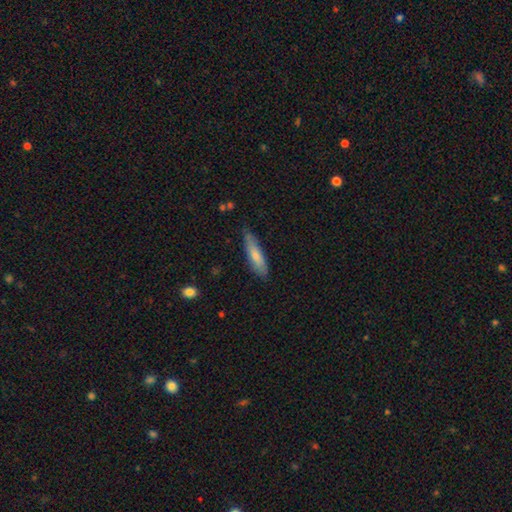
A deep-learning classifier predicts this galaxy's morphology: This is likely a smooth galaxy (74%). How rounded: likely cigar-shaped (73%). Merging: likely none (75%).